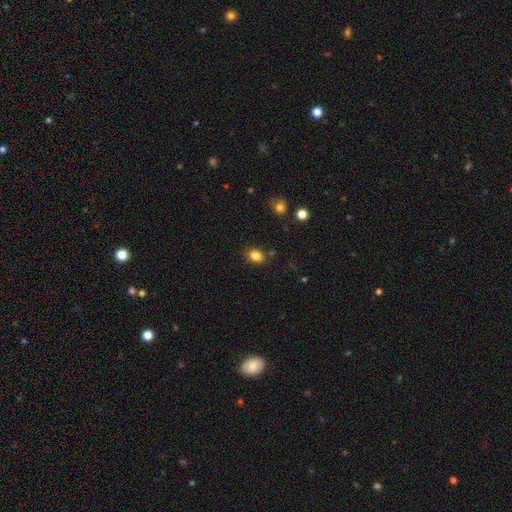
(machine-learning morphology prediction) Smooth or featured?
  - smooth: 83% *
  - star or artifact: 11%
  - featured or disk: 6%
How rounded?
  - in between: 56% *
  - round: 43%
  - cigar-shaped: 1%
Merging?
  - none: 81% *
  - minor disturbance: 12%
  - merger: 4%
  - major disturbance: 3%